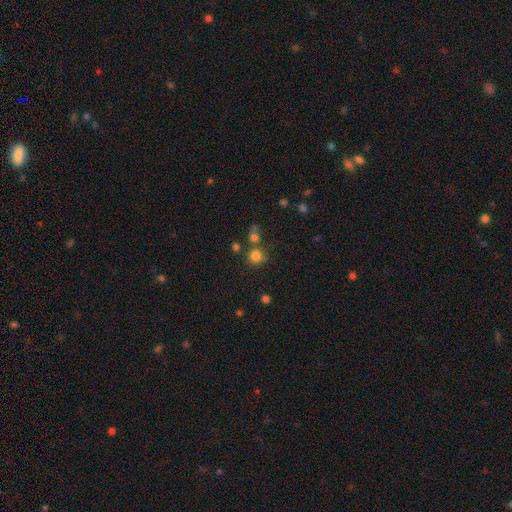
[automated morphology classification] Smooth or featured?
  - smooth: 79% *
  - star or artifact: 15%
  - featured or disk: 6%
How rounded?
  - round: 90% *
  - in between: 9%
  - cigar-shaped: 1%
Merging?
  - none: 71% *
  - merger: 16%
  - minor disturbance: 10%
  - major disturbance: 4%